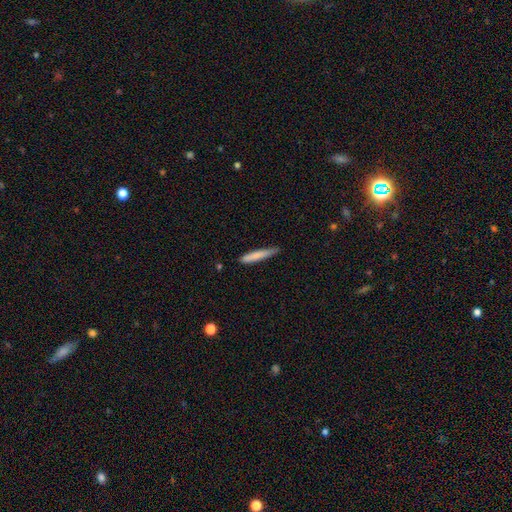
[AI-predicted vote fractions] smooth 78%, featured or disk 16%, star or artifact 6%. Down the decision tree: how rounded — cigar-shaped (94%); merging — none (72%).